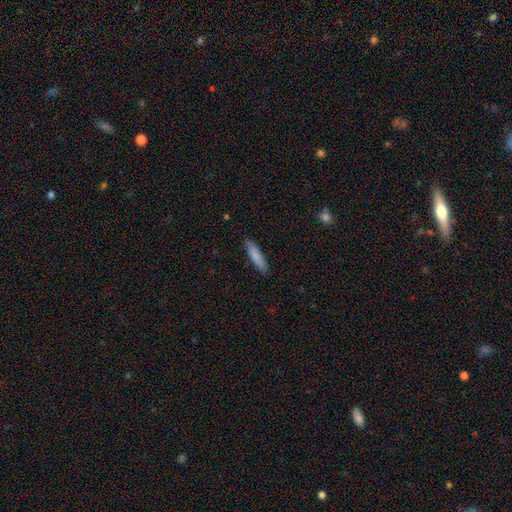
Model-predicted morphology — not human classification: A smooth galaxy with no disk features (85%) that is cigar-shaped (75%).

Vote fractions:
- Smooth or featured? smooth: 85% / featured or disk: 10% / star or artifact: 6%
- How rounded? cigar-shaped: 75% / in between: 24% / round: 1%
- Merging? none: 88% / minor disturbance: 10% / major disturbance: 2% / merger: 1%